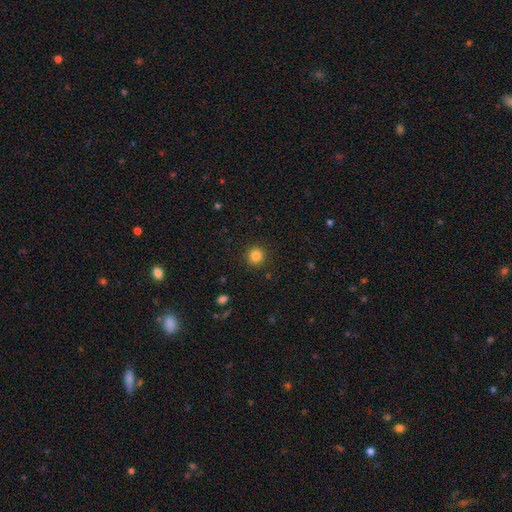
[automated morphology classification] Overall: smooth (84%). How rounded: round (93%). Merging: none (91%).